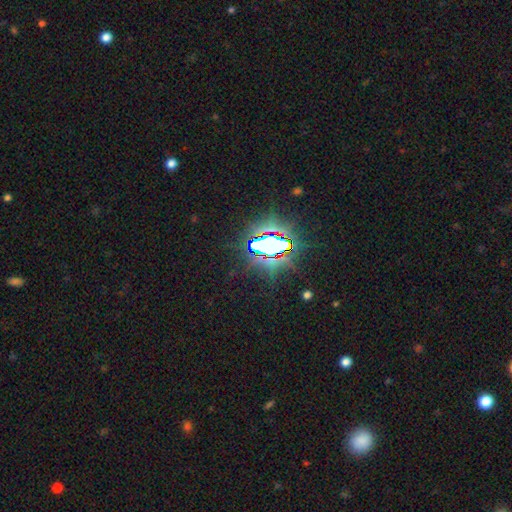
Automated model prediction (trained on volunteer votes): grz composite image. It shows a star or artifact, not a galaxy (84%).